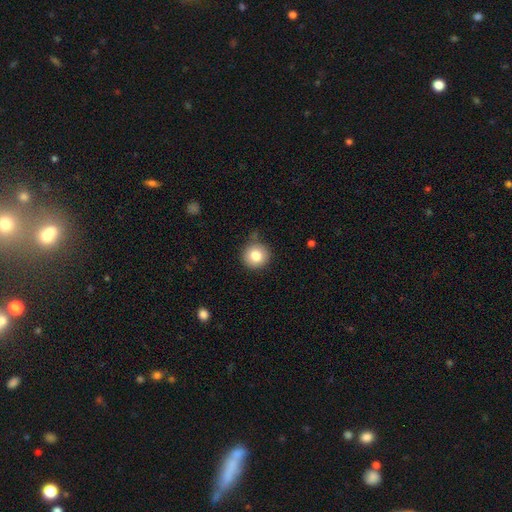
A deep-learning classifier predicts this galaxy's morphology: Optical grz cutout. It shows a smooth galaxy with no disk features (81%) that is round (94%). Merging: none (82%).